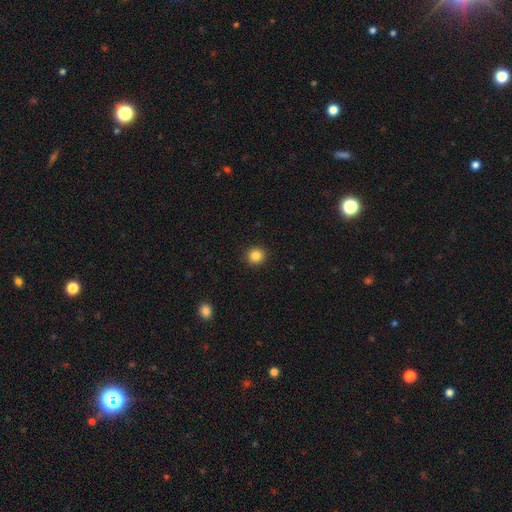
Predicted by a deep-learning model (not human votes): A smooth galaxy with no disk features (85%) that is round (93%).

Vote fractions:
- Smooth or featured? smooth: 85% / star or artifact: 11% / featured or disk: 5%
- How rounded? round: 93% / in between: 6% / cigar-shaped: 1%
- Merging? none: 93% / minor disturbance: 4% / major disturbance: 2% / merger: 1%